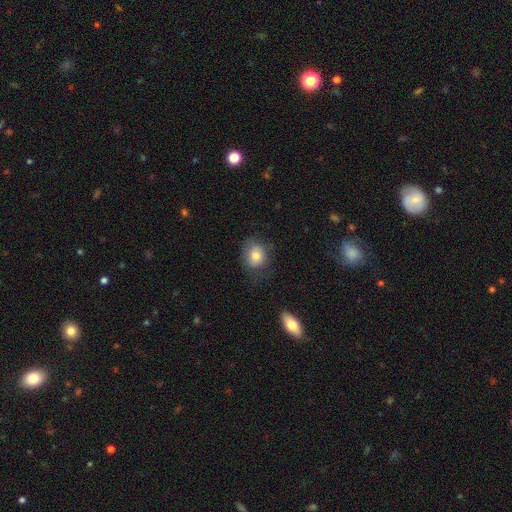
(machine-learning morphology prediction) Smooth or featured?
  - smooth: 79% *
  - featured or disk: 13%
  - star or artifact: 8%
How rounded?
  - round: 60% *
  - in between: 39%
  - cigar-shaped: 1%
Merging?
  - none: 64% *
  - minor disturbance: 24%
  - major disturbance: 11%
  - merger: 2%